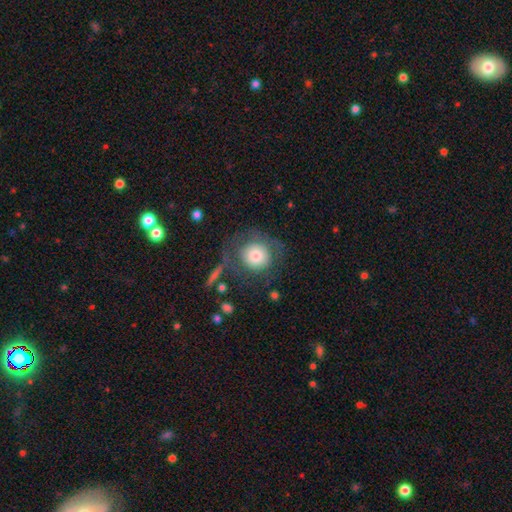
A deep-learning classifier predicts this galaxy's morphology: Smooth or featured? smooth (71%)
How rounded? round (89%)
Merging? none (62%)